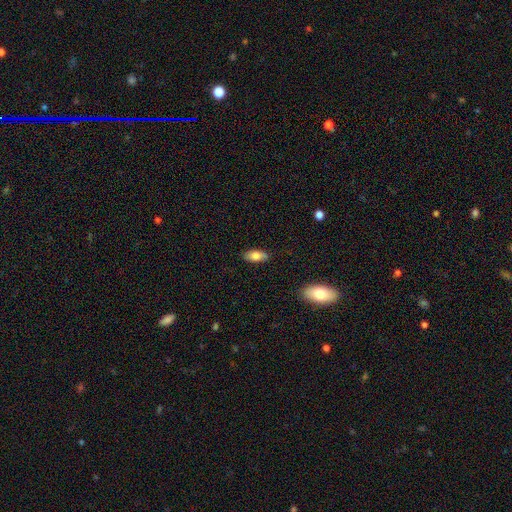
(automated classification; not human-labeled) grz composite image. It shows a smooth galaxy with no disk features (79%) that is in between round and cigar-shaped (88%). Merging: none (84%).